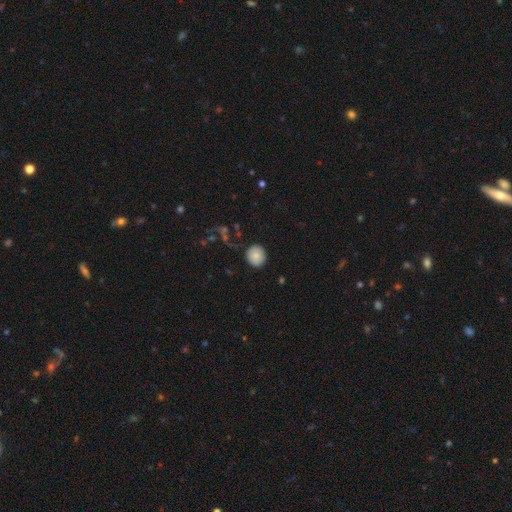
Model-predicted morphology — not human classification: smooth_or_featured: smooth (p=0.84) [alt: star or artifact p=0.09]
how_rounded: round (p=0.84) [alt: in between p=0.15]
merging: none (p=0.84) [alt: minor disturbance p=0.11]